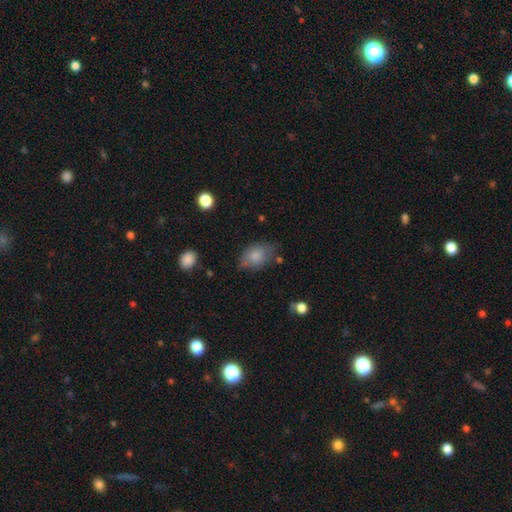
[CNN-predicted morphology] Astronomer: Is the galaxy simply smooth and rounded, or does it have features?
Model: smooth — 81%.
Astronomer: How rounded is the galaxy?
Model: in between — 83%.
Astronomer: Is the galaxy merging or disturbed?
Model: none — 60%.